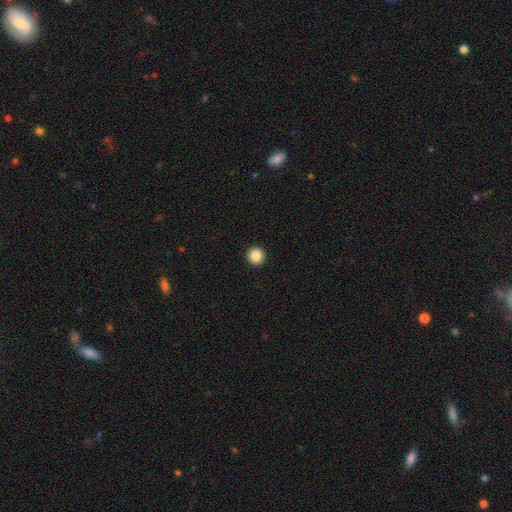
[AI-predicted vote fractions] smooth_or_featured: smooth (p=0.86) [alt: star or artifact p=0.10]
how_rounded: round (p=0.95) [alt: in between p=0.04]
merging: none (p=0.94) [alt: minor disturbance p=0.04]